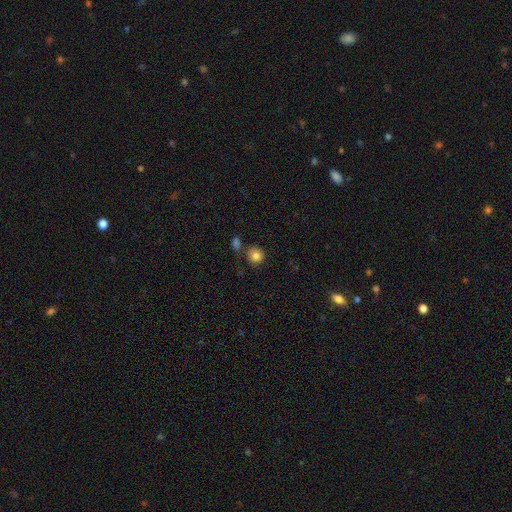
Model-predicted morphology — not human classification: smooth_or_featured: smooth (p=0.85) [alt: star or artifact p=0.10]
how_rounded: round (p=0.88) [alt: in between p=0.11]
merging: none (p=0.72) [alt: merger p=0.13]